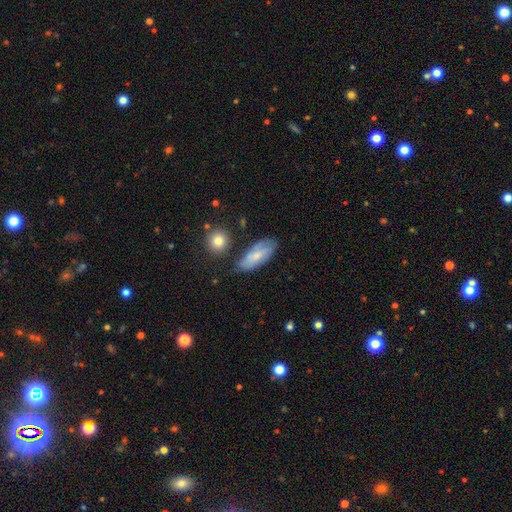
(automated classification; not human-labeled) smooth 55%, featured or disk 39%, star or artifact 7%. Down the decision tree: how rounded — in between (82%); merging — none (65%).